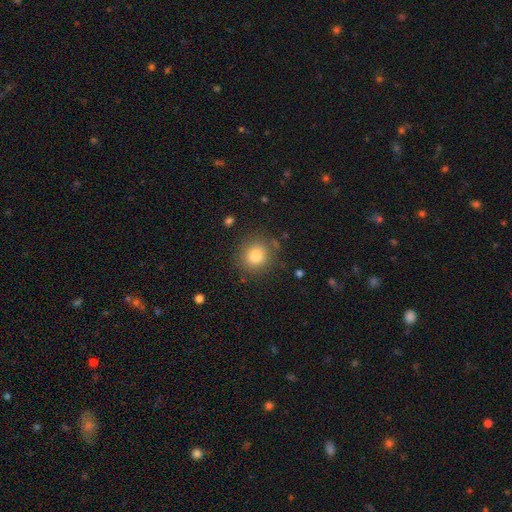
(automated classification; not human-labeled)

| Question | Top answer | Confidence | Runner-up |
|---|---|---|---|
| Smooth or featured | smooth | 80% | star or artifact (11%) |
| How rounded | round | 86% | in between (13%) |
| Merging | none | 84% | minor disturbance (10%) |